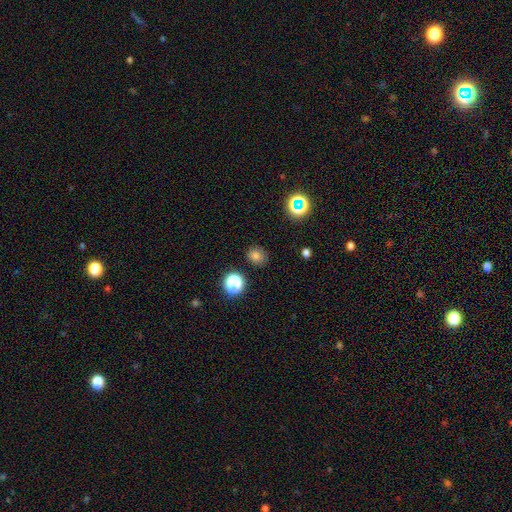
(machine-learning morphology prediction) Overall: smooth (74%). How rounded: round (77%). Merging: none (86%).